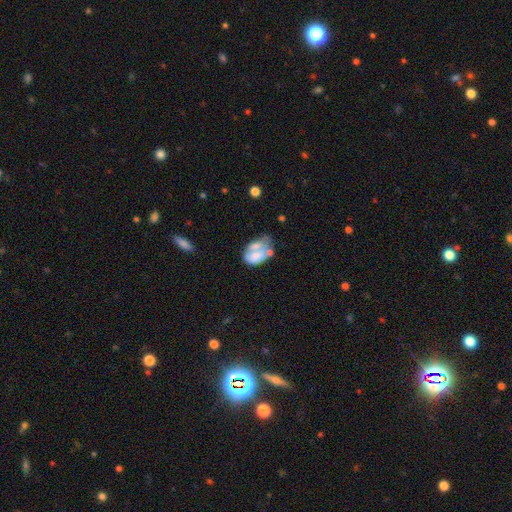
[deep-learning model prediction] Smooth or featured? smooth (53%)
How rounded? in between (84%)
Merging? merger (32%)